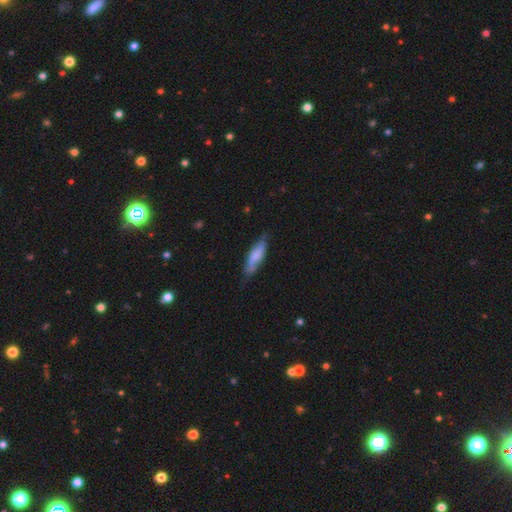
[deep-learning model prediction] Smooth or featured? Predicted: smooth (p=0.69). How rounded? Predicted: cigar-shaped (p=0.60). Merging? Predicted: none (p=0.68).